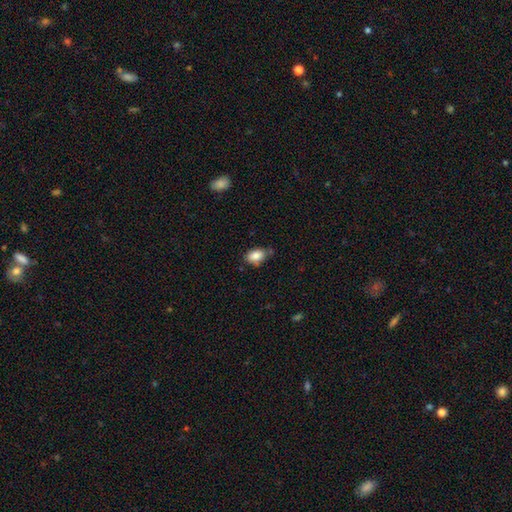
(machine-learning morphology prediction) smooth_or_featured: smooth (p=0.85) [alt: star or artifact p=0.08]
how_rounded: in between (p=0.84) [alt: round p=0.14]
merging: none (p=0.66) [alt: minor disturbance p=0.24]